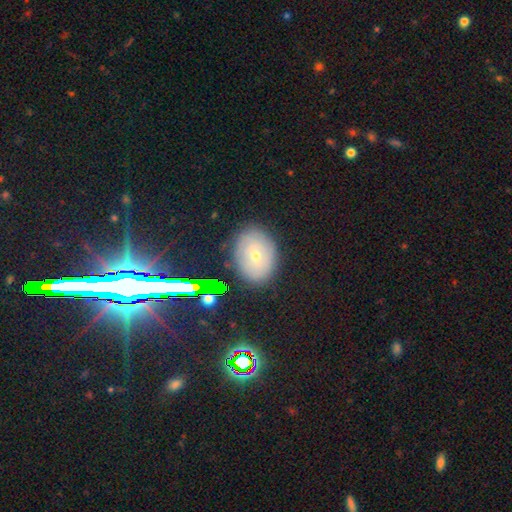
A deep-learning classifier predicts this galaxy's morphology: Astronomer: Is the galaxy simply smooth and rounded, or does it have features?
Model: smooth — 55% (runner-up: featured or disk, 30%).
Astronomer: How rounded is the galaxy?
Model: in between — 68%.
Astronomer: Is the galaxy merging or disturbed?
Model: none — 83%.